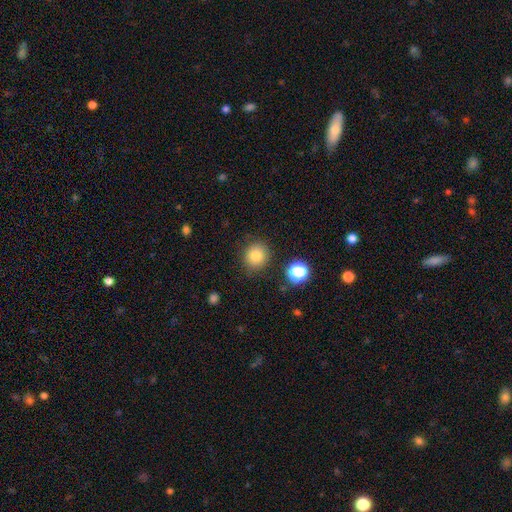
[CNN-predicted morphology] A smooth galaxy with no disk features (80%) that is round (85%).

Vote fractions:
- Smooth or featured? smooth: 80% / star or artifact: 12% / featured or disk: 8%
- How rounded? round: 85% / in between: 14% / cigar-shaped: 1%
- Merging? none: 85% / minor disturbance: 10% / major disturbance: 3% / merger: 2%